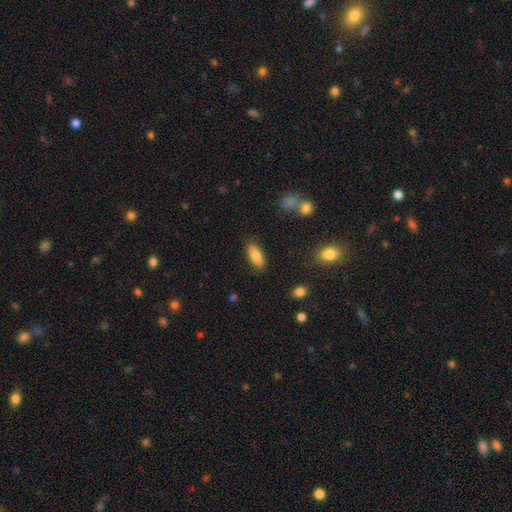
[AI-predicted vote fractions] Q: Smooth or featured?
A: smooth (82%); runner-up: featured or disk (10%)
Q: How rounded?
A: in between (81%); runner-up: cigar-shaped (17%)
Q: Merging?
A: none (84%); runner-up: minor disturbance (11%)